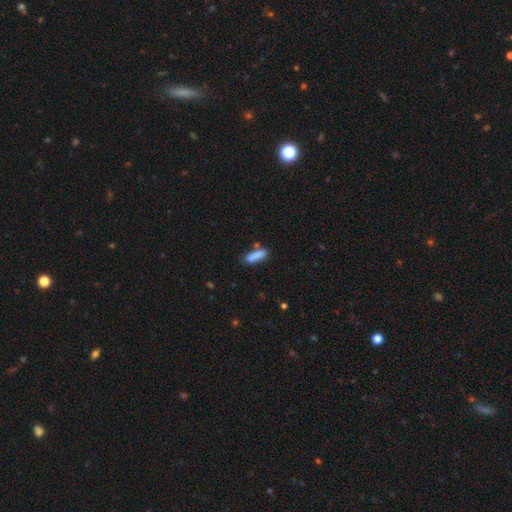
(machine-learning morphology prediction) smooth 86%, star or artifact 7%, featured or disk 6%. Down the decision tree: how rounded — cigar-shaped (59%); merging — none (73%).